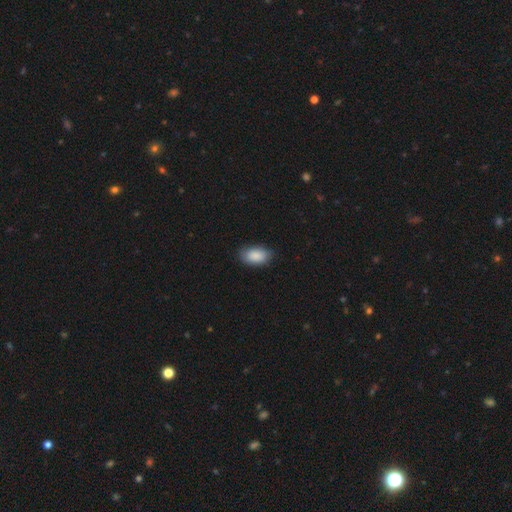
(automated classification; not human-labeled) Smooth or featured? Predicted: smooth (p=0.88). How rounded? Predicted: in between (p=0.93). Merging? Predicted: none (p=0.80).